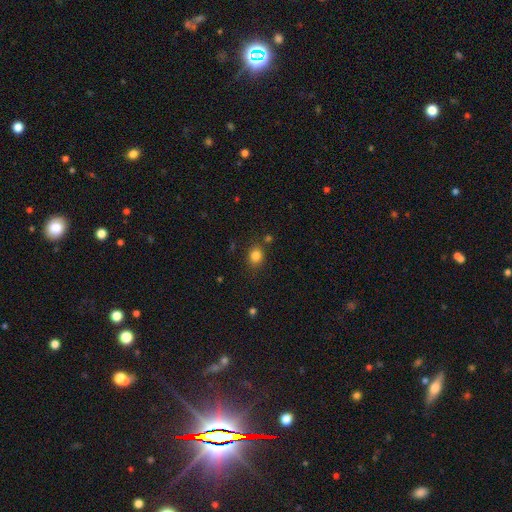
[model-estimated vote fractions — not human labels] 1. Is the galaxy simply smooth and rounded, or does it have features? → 82% smooth, 12% star or artifact, 6% featured or disk.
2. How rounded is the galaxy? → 53% round, 46% in between, 1% cigar-shaped.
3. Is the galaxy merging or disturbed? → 78% none, 13% minor disturbance, 5% merger, 4% major disturbance.